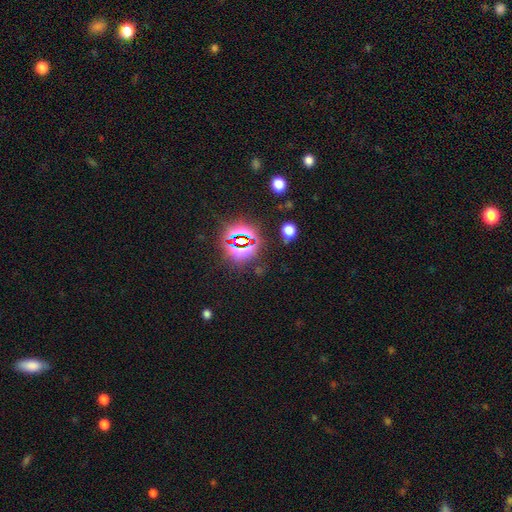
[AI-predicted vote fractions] Q: Smooth or featured?
A: star or artifact (82%); runner-up: smooth (11%)